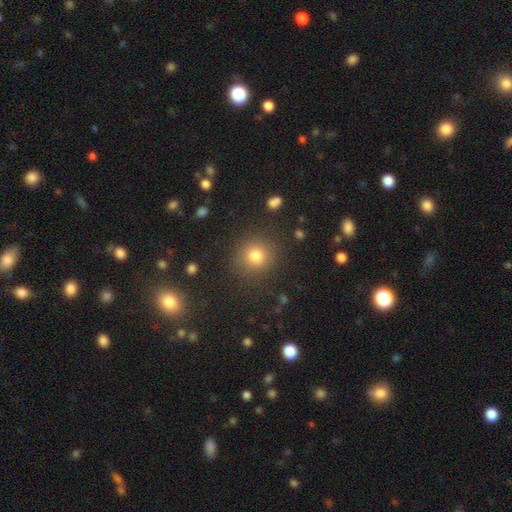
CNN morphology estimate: Smooth or featured? smooth (78%)
How rounded? round (90%)
Merging? none (87%)